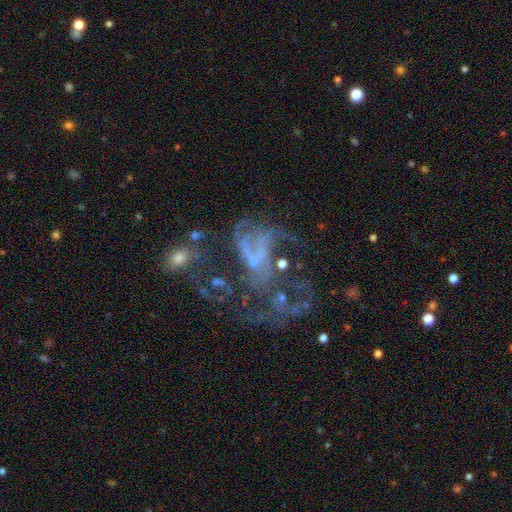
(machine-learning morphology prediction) smooth-or-featured: featured or disk: 66% | star or artifact: 21% | smooth: 14%
  disk-edge-on: no: 97% | yes: 3%
    bar: no: 70% | weak: 20% | strong: 10%
    has-spiral-arms: no: 55% | yes: 45%
    bulge-size: none: 65% | small: 20% | moderate: 11% | large: 3% | dominant: 2%
  merging: major disturbance: 48% | merger: 21% | none: 20% | minor disturbance: 11%